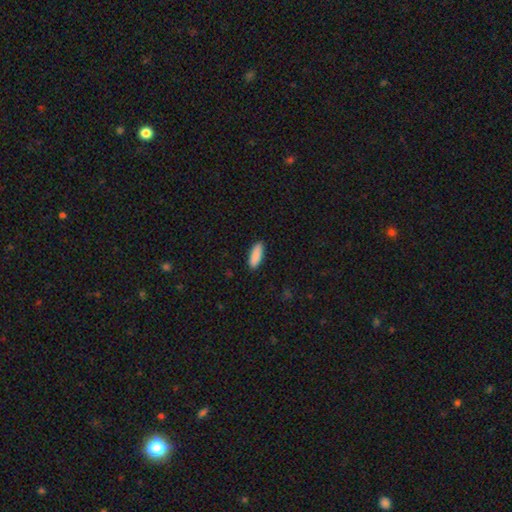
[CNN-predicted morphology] Smooth or featured? smooth (90%)
How rounded? in between (67%)
Merging? none (90%)